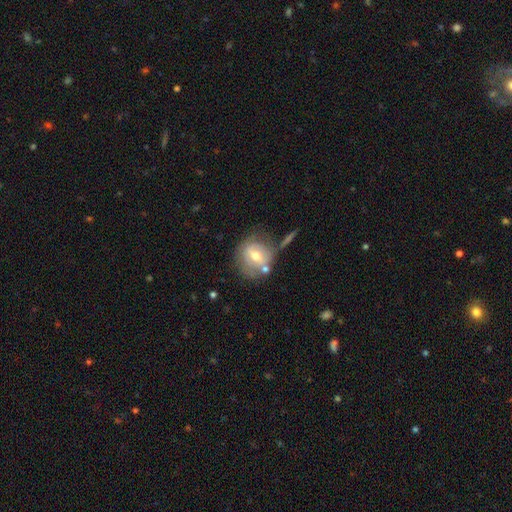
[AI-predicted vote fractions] Smooth or featured? Predicted: smooth (p=0.48). Merging? Predicted: none (p=0.55).